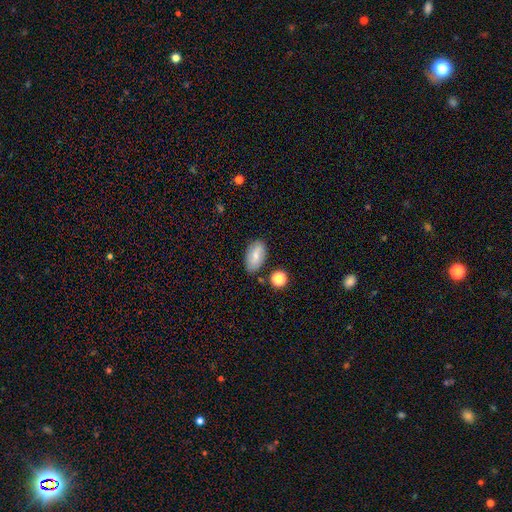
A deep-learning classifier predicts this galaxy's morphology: smooth_or_featured: smooth (p=0.68) [alt: featured or disk p=0.24]
how_rounded: in between (p=0.92) [alt: round p=0.05]
merging: none (p=0.80) [alt: minor disturbance p=0.14]